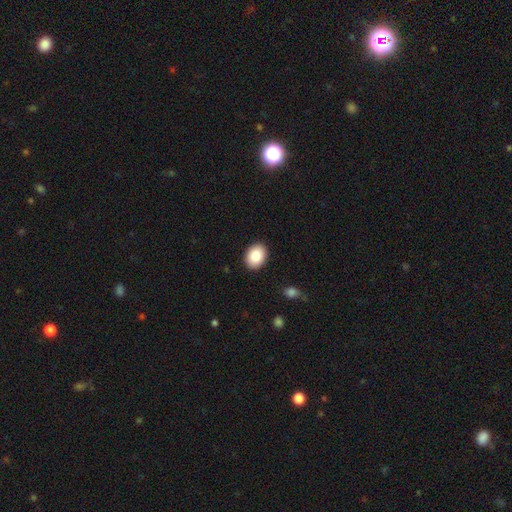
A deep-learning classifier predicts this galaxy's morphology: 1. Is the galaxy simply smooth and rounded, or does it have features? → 87% smooth, 7% star or artifact, 6% featured or disk.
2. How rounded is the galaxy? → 73% in between, 26% round, 1% cigar-shaped.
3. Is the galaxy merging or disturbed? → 90% none, 7% minor disturbance, 2% major disturbance, 1% merger.